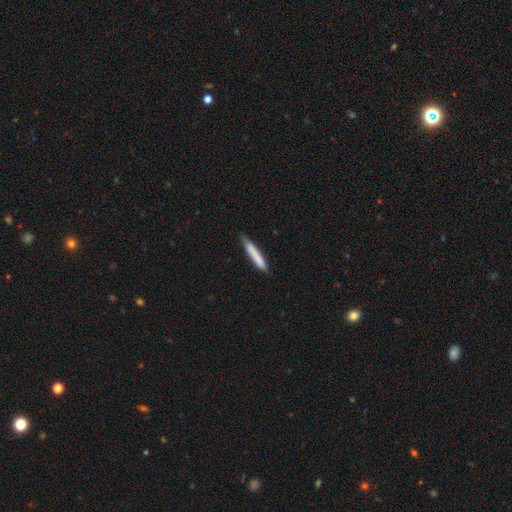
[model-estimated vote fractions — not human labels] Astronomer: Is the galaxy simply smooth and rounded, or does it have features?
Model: smooth — 78%.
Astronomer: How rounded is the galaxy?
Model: cigar-shaped — 95%.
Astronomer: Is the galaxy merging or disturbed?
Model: none — 78%.